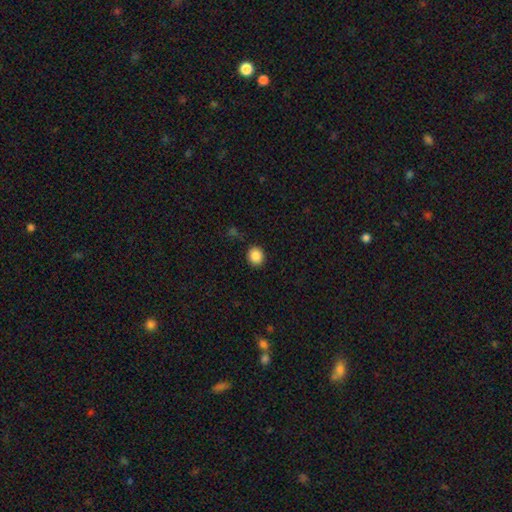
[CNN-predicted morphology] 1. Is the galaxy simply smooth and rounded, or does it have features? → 88% smooth, 9% star or artifact, 3% featured or disk.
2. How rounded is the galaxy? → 82% round, 17% in between, 1% cigar-shaped.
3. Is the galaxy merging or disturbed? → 90% none, 7% minor disturbance, 2% major disturbance, 1% merger.